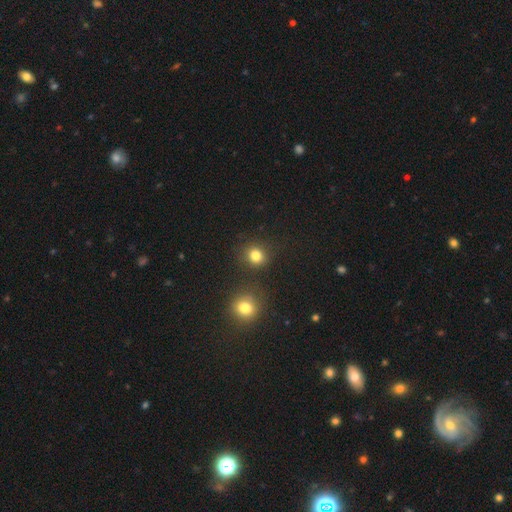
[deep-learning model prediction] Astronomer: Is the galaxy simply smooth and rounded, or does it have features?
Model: smooth — 81%.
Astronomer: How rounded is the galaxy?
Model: round — 85%.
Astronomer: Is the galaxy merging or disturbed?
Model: none — 82%.